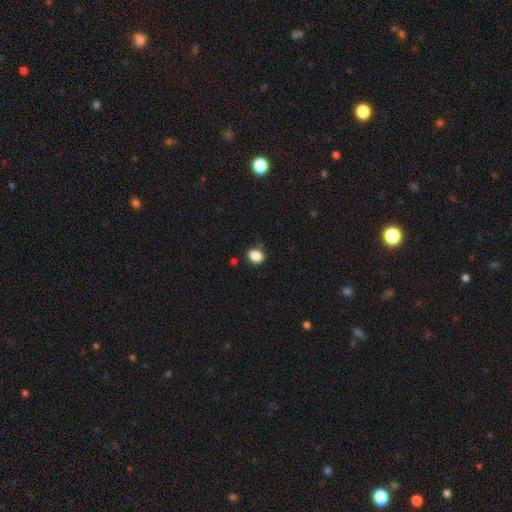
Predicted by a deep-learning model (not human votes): Morphology: type=smooth (87%); roundness=in between (50%); merging=none (79%).